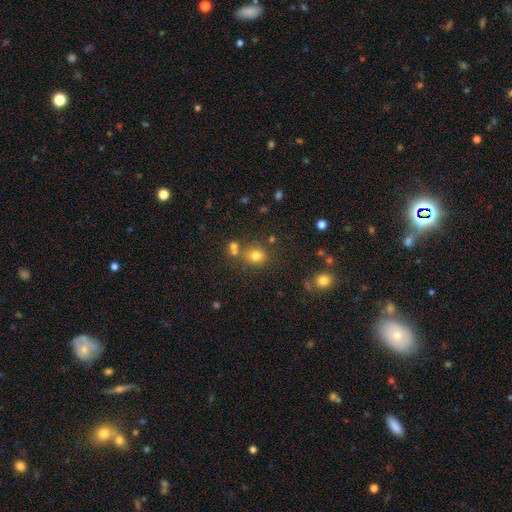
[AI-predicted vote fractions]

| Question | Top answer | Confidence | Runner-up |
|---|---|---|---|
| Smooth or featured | smooth | 76% | star or artifact (16%) |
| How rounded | round | 72% | in between (27%) |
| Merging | none | 67% | merger (16%) |